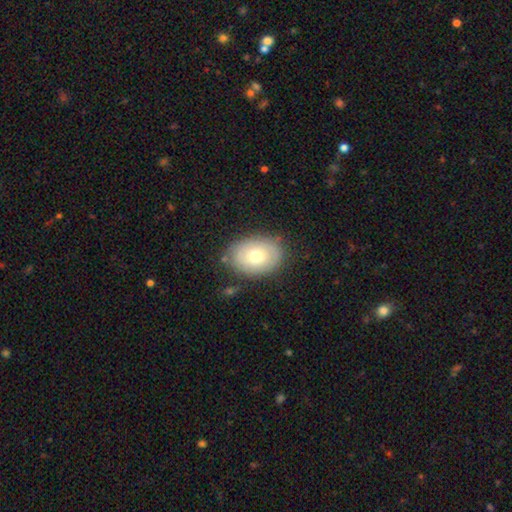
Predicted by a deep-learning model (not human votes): A smooth galaxy with no disk features (68%) that is in between round and cigar-shaped (78%).

Vote fractions:
- Smooth or featured? smooth: 68% / featured or disk: 24% / star or artifact: 8%
- How rounded? in between: 78% / round: 21% / cigar-shaped: 1%
- Merging? none: 80% / minor disturbance: 14% / major disturbance: 4% / merger: 2%